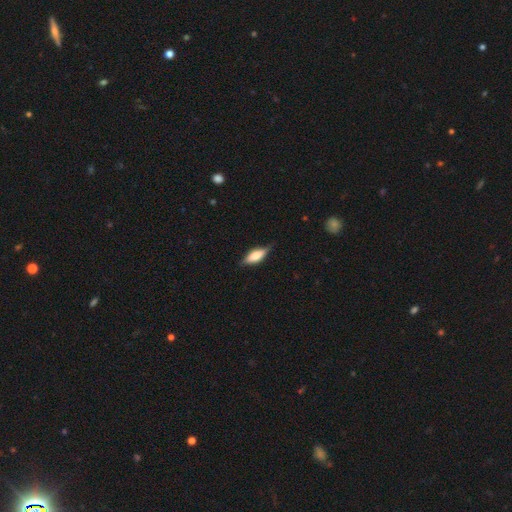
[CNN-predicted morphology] Smooth or featured: smooth — 57% (featured or disk — 37%)
How rounded: in between — 63% (cigar-shaped — 35%)
Merging: none — 78% (minor disturbance — 17%)